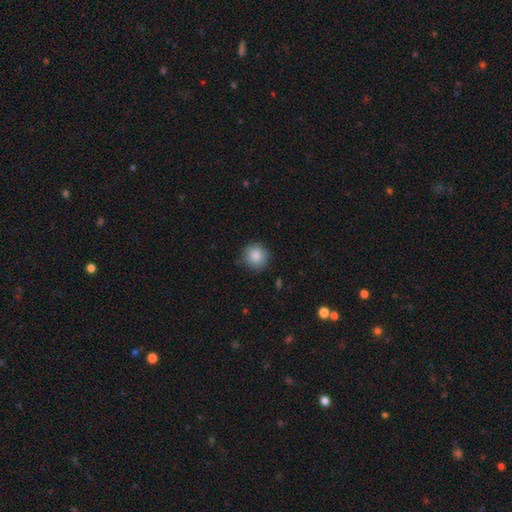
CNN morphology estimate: Smooth or featured: smooth — 87% (star or artifact — 8%)
How rounded: round — 93% (in between — 6%)
Merging: none — 85% (minor disturbance — 11%)